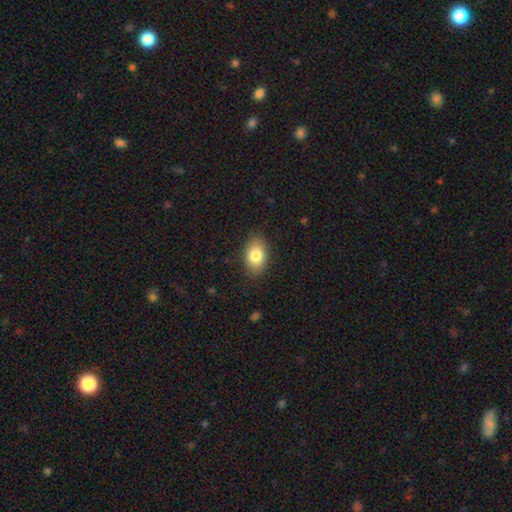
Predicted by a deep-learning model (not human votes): This appears to be a smooth galaxy with no disk features (82%) that is in between round and cigar-shaped (85%). Merging: none (85%).